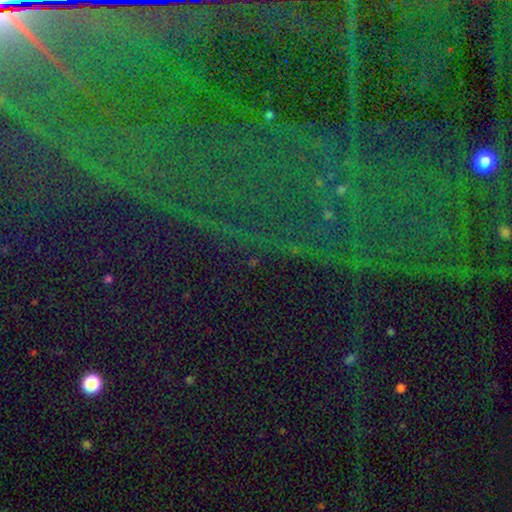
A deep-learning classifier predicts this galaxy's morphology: This is clearly a star or artifact rather than a galaxy (86%).